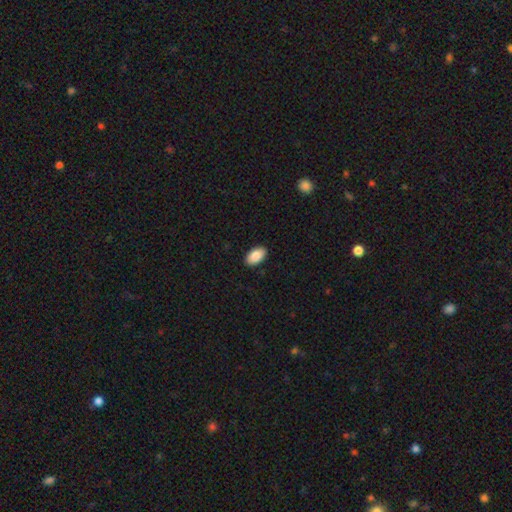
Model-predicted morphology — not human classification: This is clearly a smooth galaxy (88%). How rounded: clearly in between (95%). Merging: clearly none (90%).